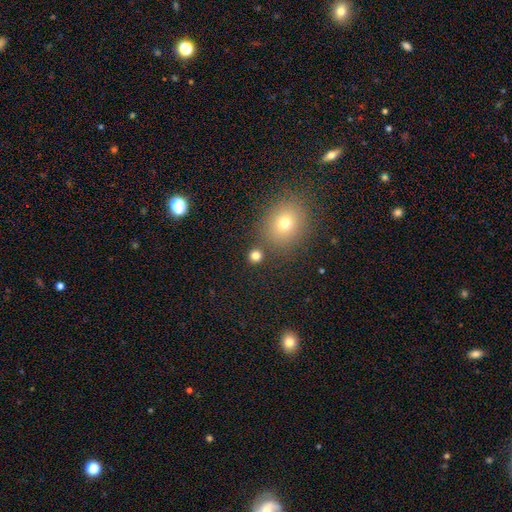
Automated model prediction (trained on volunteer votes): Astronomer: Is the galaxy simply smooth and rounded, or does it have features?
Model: smooth — 78%.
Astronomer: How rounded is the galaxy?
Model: round — 85%.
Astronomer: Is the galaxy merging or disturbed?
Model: none — 79%.